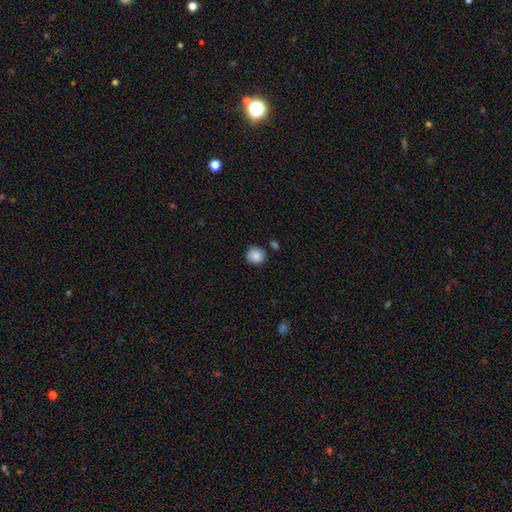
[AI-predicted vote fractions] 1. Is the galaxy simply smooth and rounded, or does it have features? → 84% smooth, 8% star or artifact, 7% featured or disk.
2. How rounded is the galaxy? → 90% round, 10% in between, 1% cigar-shaped.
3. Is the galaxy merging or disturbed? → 80% none, 13% minor disturbance, 5% merger, 3% major disturbance.